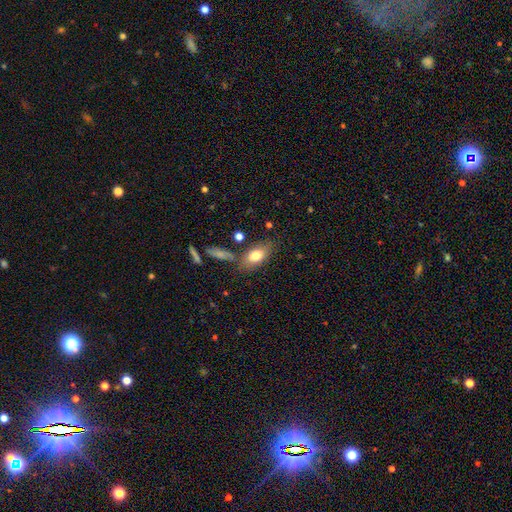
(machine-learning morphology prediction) A smooth galaxy with no disk features (75%) that is in between round and cigar-shaped (85%). Merging: none (71%).